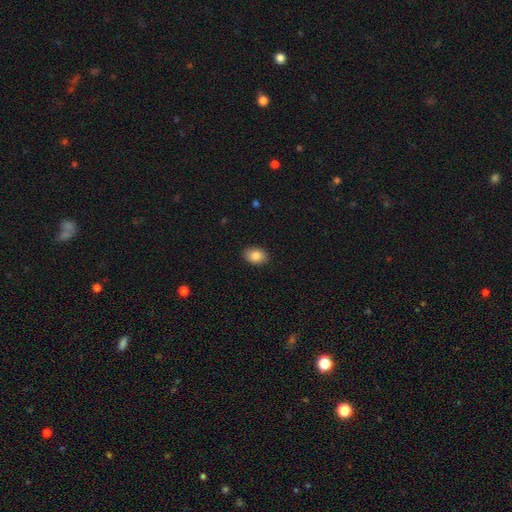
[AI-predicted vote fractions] A smooth galaxy with no disk features (85%) that is in between round and cigar-shaped (80%). Merging: none (89%).